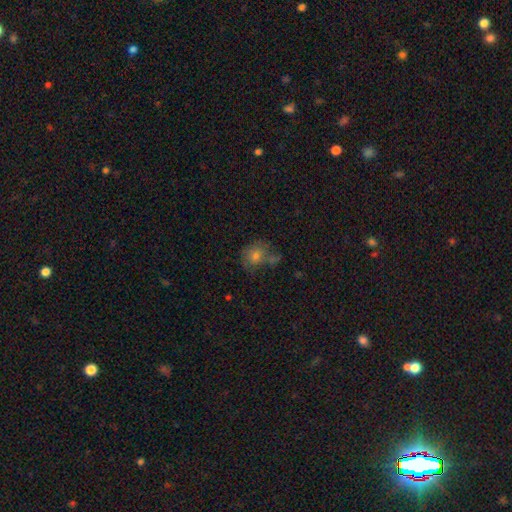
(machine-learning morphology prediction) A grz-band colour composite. It shows a smooth galaxy with no disk features (66%) that is round (74%). Merging: none (51%).